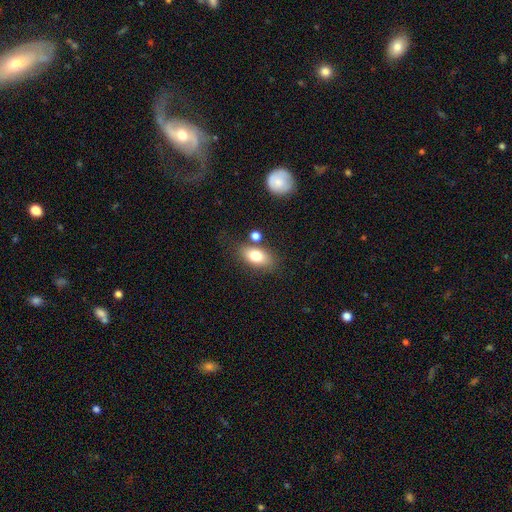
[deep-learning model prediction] Smooth or featured?
  - smooth: 77% *
  - featured or disk: 14%
  - star or artifact: 9%
How rounded?
  - in between: 87% *
  - round: 9%
  - cigar-shaped: 4%
Merging?
  - none: 71% *
  - minor disturbance: 14%
  - merger: 11%
  - major disturbance: 4%